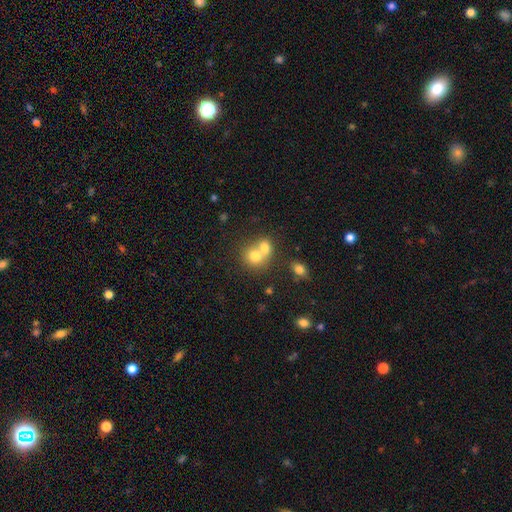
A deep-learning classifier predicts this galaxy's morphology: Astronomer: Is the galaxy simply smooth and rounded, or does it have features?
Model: smooth — 72%.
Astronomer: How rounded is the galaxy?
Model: round — 72%.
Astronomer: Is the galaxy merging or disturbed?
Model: merger — 65%.